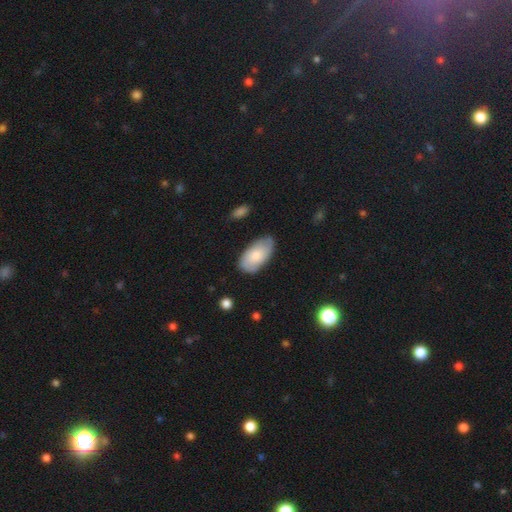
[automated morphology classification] Smooth or featured: smooth — 72% (featured or disk — 22%)
How rounded: in between — 95% (round — 3%)
Merging: none — 75% (minor disturbance — 19%)